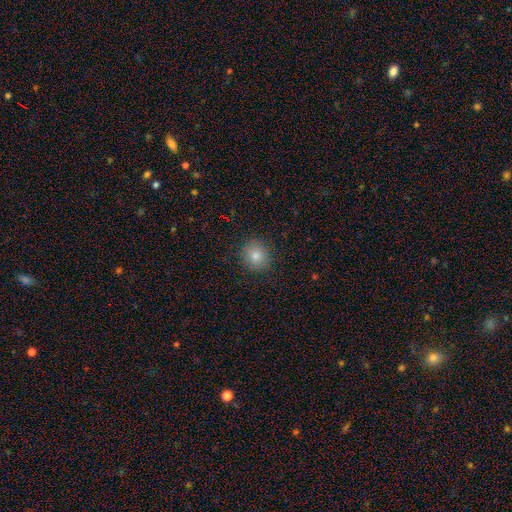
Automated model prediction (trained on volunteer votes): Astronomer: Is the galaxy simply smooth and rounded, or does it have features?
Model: smooth — 79%.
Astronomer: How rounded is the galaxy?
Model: round — 88%.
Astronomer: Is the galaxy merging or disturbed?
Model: none — 89%.